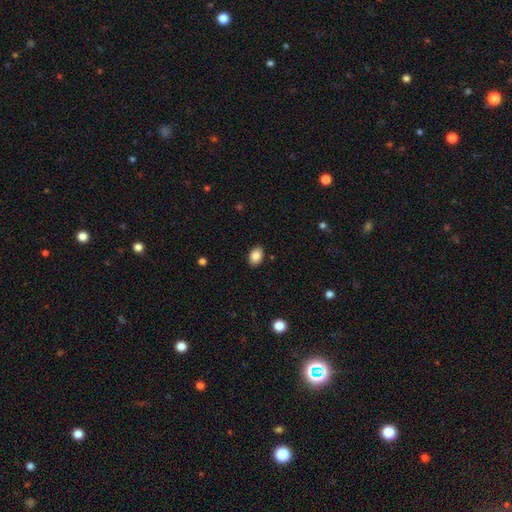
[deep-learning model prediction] Smooth or featured? Predicted: smooth (p=0.87). How rounded? Predicted: in between (p=0.81). Merging? Predicted: none (p=0.88).